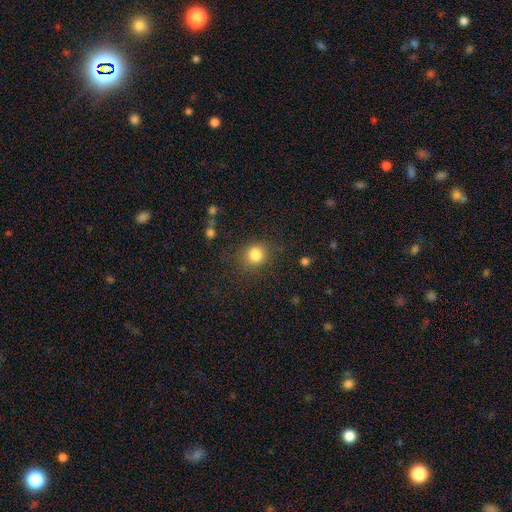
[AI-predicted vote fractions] Smooth or featured? Predicted: smooth (p=0.83). How rounded? Predicted: round (p=0.75). Merging? Predicted: none (p=0.74).